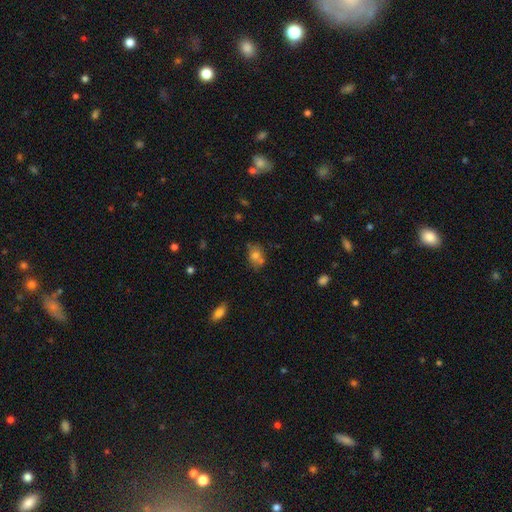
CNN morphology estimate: type=smooth (70%); roundness=in between (58%); merging=none (55%).